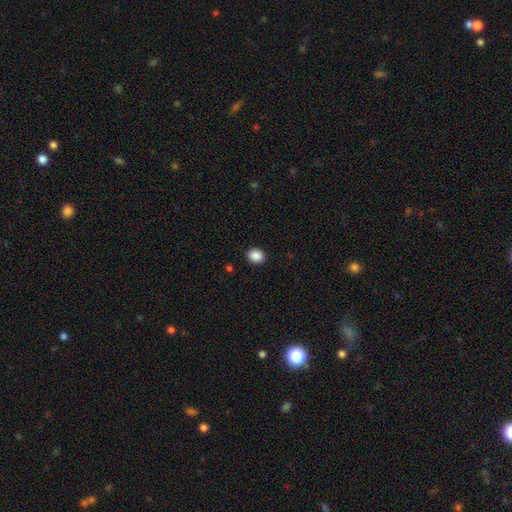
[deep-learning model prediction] Smooth or featured: smooth — 89% (star or artifact — 9%)
How rounded: round — 66% (in between — 33%)
Merging: none — 91% (minor disturbance — 6%)